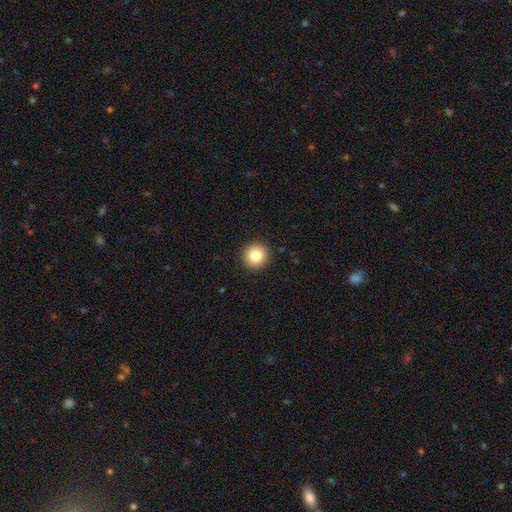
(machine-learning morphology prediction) type=smooth (81%); roundness=round (95%); merging=none (93%).